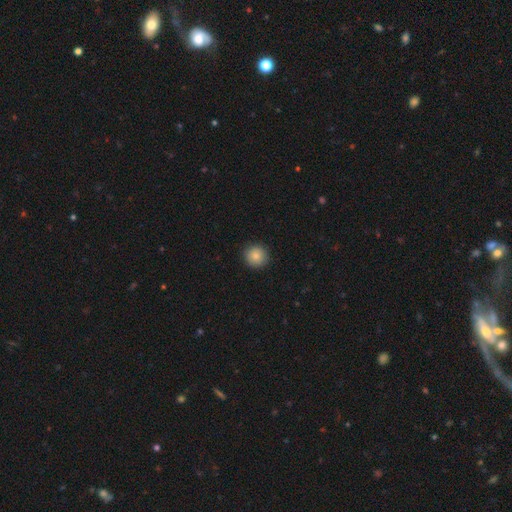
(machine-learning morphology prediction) A smooth galaxy with no disk features (84%) that is round (95%).

Vote fractions:
- Smooth or featured? smooth: 84% / star or artifact: 9% / featured or disk: 7%
- How rounded? round: 95% / in between: 5% / cigar-shaped: 1%
- Merging? none: 91% / minor disturbance: 6% / major disturbance: 2% / merger: 1%